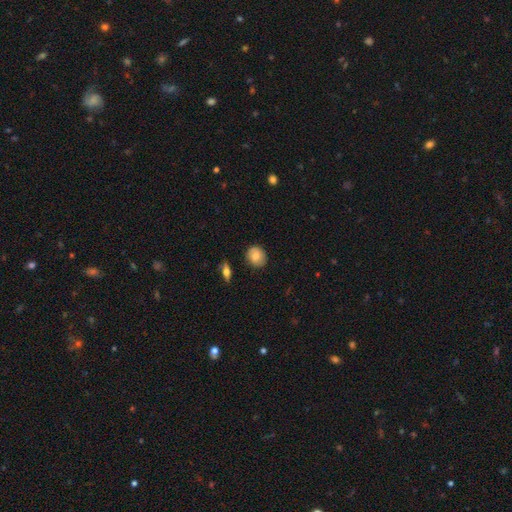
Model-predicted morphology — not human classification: smooth-or-featured: smooth: 75% | featured or disk: 17% | star or artifact: 8%
  how-rounded: round: 71% | in between: 28% | cigar-shaped: 1%
  merging: none: 84% | minor disturbance: 12% | major disturbance: 2% | merger: 2%